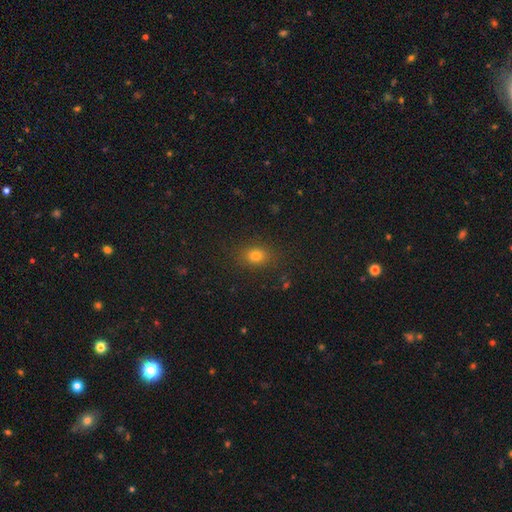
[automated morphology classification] Smooth or featured? Predicted: smooth (p=0.76). How rounded? Predicted: in between (p=0.53). Merging? Predicted: none (p=0.85).